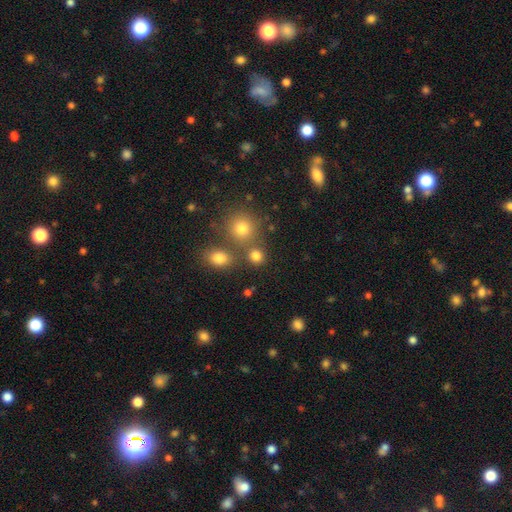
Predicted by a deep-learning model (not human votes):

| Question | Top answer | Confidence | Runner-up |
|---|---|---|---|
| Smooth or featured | smooth | 80% | star or artifact (14%) |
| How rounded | round | 83% | in between (16%) |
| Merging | none | 69% | merger (19%) |